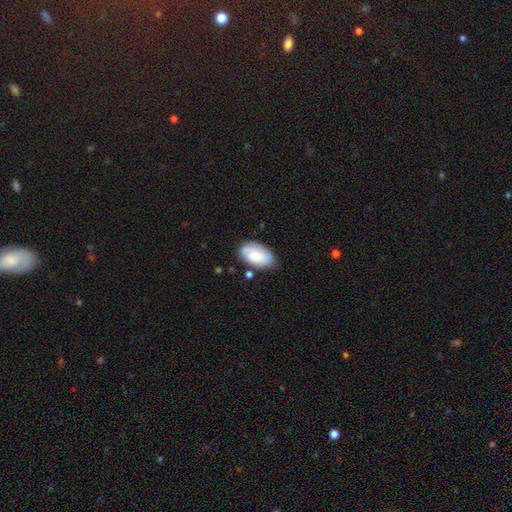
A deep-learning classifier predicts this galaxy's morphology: smooth-or-featured: smooth: 77% | featured or disk: 17% | star or artifact: 7%
  how-rounded: in between: 94% | round: 5% | cigar-shaped: 2%
  merging: none: 71% | minor disturbance: 20% | merger: 5% | major disturbance: 4%